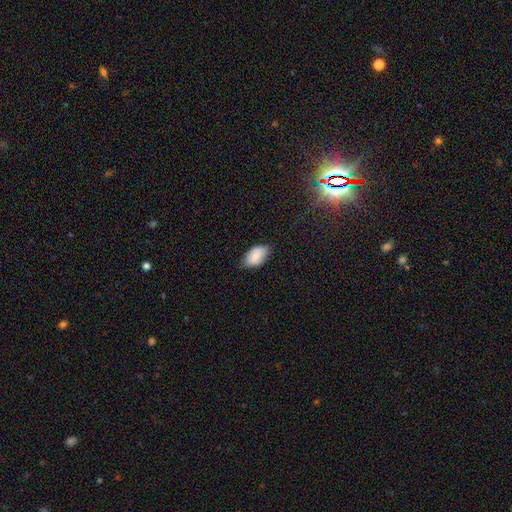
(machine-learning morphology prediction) type=smooth (83%); roundness=in between (93%); merging=none (72%).